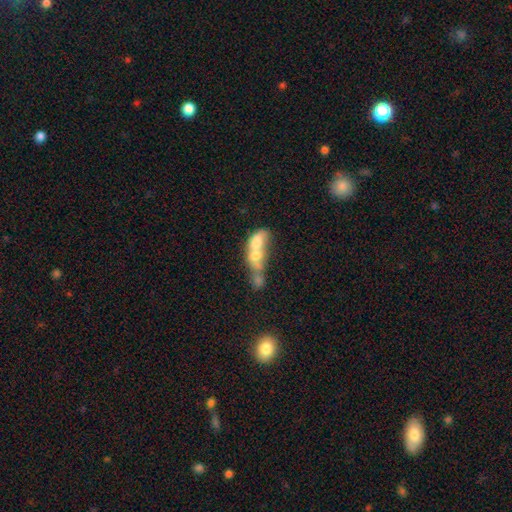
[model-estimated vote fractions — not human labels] Overall: smooth (55%; featured or disk 35%). How rounded: in between (68%). Merging: merger (79%).